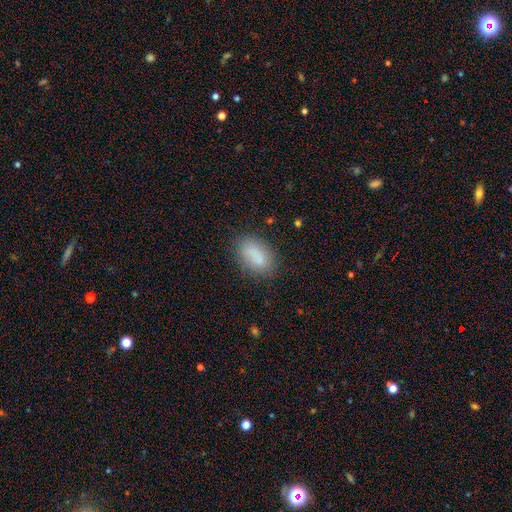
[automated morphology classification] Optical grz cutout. It shows a smooth galaxy with no disk features (80%) that is in between round and cigar-shaped (87%). Merging: none (71%).